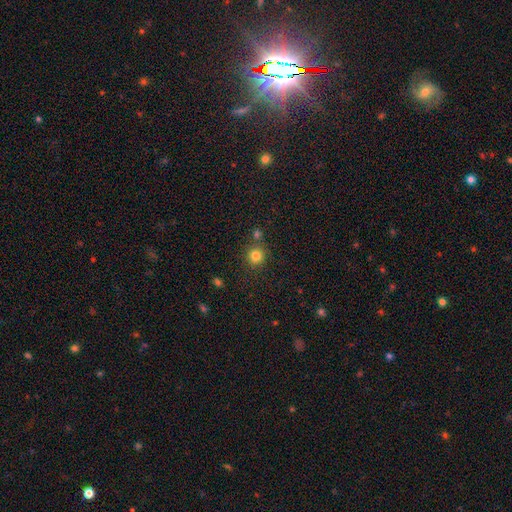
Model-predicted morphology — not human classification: type=smooth (82%); roundness=round (92%); merging=none (77%).